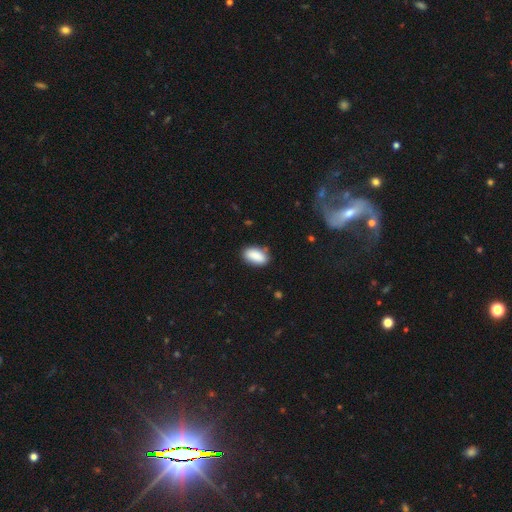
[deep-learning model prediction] Morphology: type=smooth (88%); roundness=in between (93%); merging=none (81%).